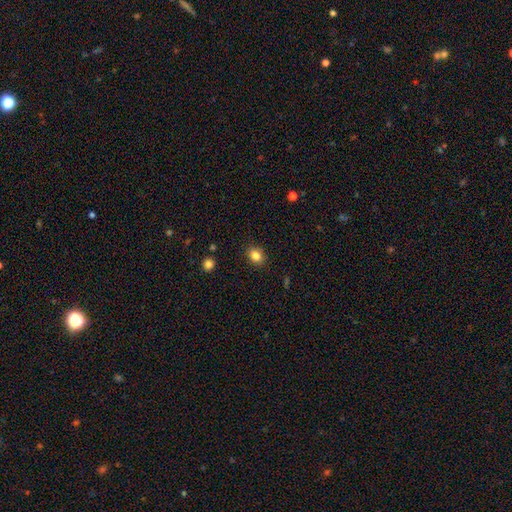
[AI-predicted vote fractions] Smooth or featured: smooth — 84% (star or artifact — 11%)
How rounded: in between — 50% (round — 49%)
Merging: none — 88% (minor disturbance — 9%)